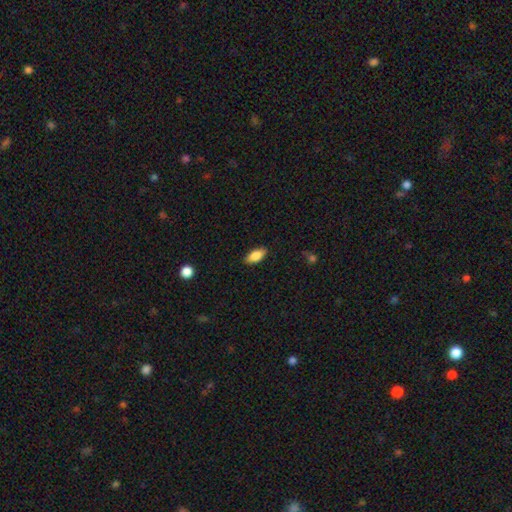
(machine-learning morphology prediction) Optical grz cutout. It shows a smooth galaxy with no disk features (84%) that is in between round and cigar-shaped (89%). Merging: none (87%).